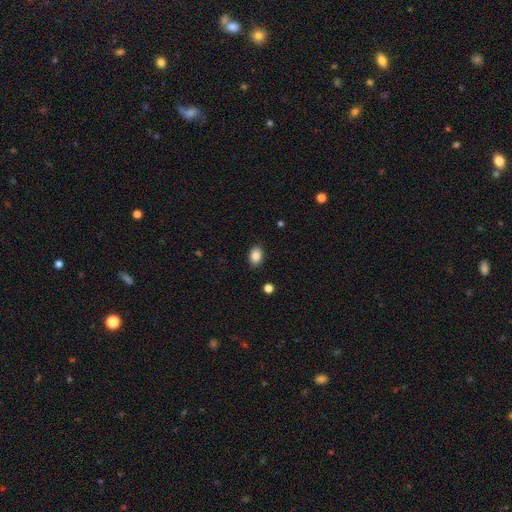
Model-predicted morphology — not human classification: Smooth or featured? Predicted: smooth (p=0.87). How rounded? Predicted: in between (p=0.77). Merging? Predicted: none (p=0.88).